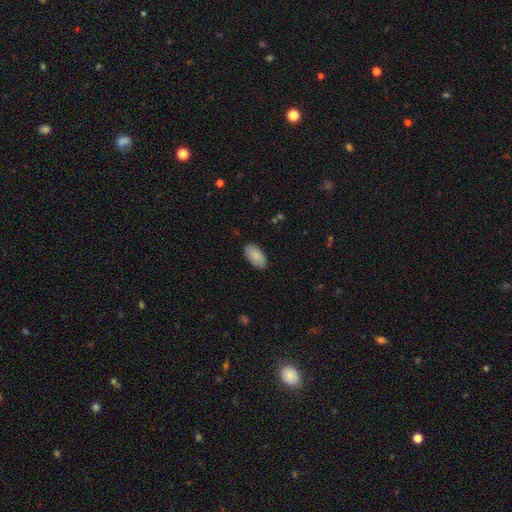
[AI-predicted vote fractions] smooth 87%, featured or disk 7%, star or artifact 6%. Down the decision tree: how rounded — in between (95%); merging — none (87%).